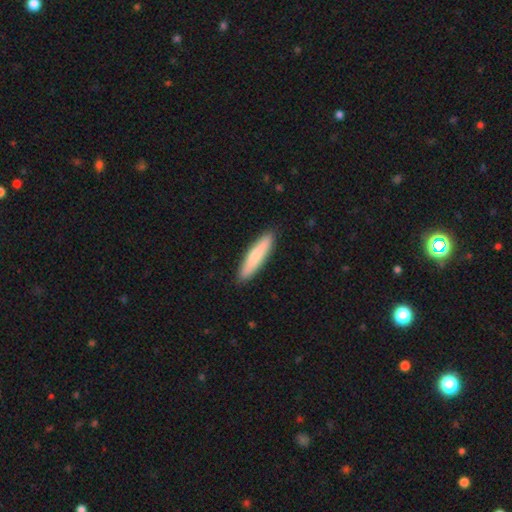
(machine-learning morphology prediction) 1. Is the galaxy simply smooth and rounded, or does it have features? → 75% smooth, 20% featured or disk, 5% star or artifact.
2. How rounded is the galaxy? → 86% cigar-shaped, 13% in between, 1% round.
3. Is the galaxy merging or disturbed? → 90% none, 7% minor disturbance, 1% major disturbance, 1% merger.